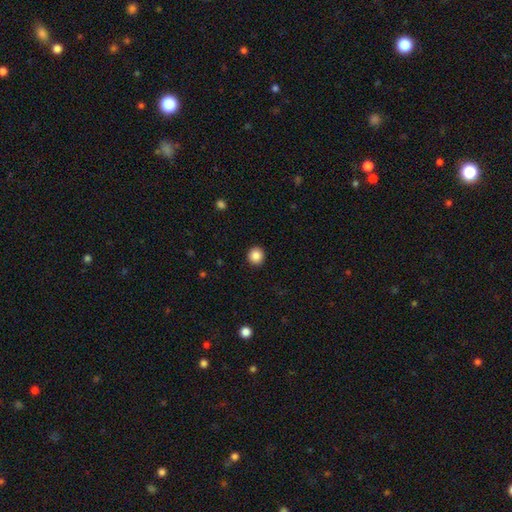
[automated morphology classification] smooth-or-featured: smooth: 87% | star or artifact: 9% | featured or disk: 4%
  how-rounded: round: 90% | in between: 9% | cigar-shaped: 1%
  merging: none: 93% | minor disturbance: 5% | major disturbance: 2% | merger: 1%